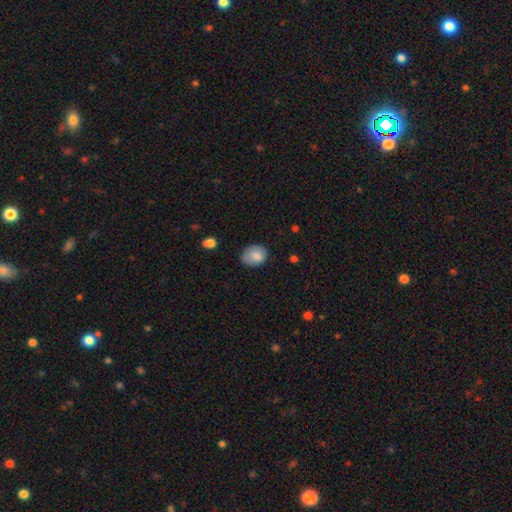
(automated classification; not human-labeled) Smooth or featured? smooth (84%)
How rounded? in between (61%)
Merging? none (68%)